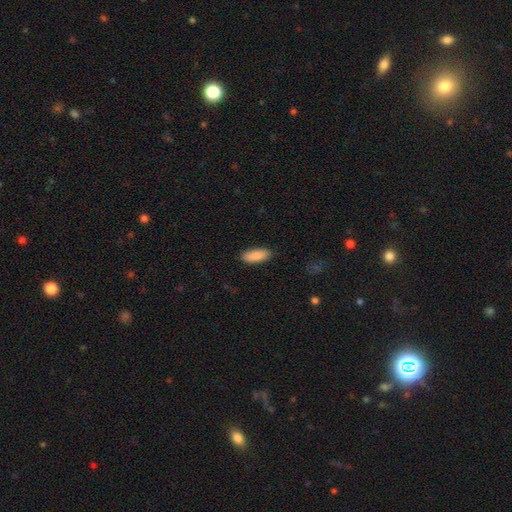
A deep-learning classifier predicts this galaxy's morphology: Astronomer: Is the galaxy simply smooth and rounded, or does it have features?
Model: smooth — 89%.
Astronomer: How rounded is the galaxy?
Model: in between — 75%.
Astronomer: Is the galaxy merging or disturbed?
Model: none — 88%.